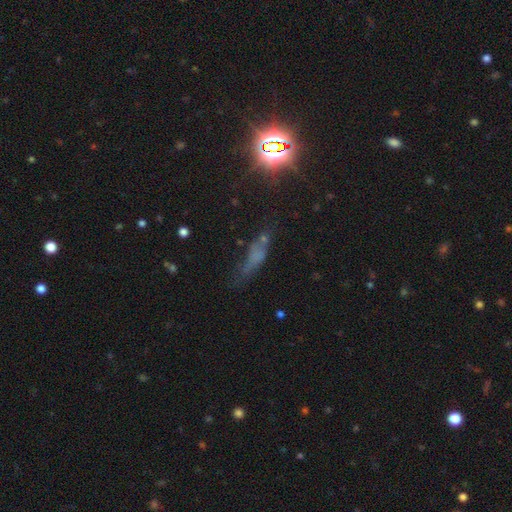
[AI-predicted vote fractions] smooth-or-featured: smooth: 44% | star or artifact: 28% | featured or disk: 28%
  merging: none: 47% | minor disturbance: 25% | major disturbance: 21% | merger: 7%